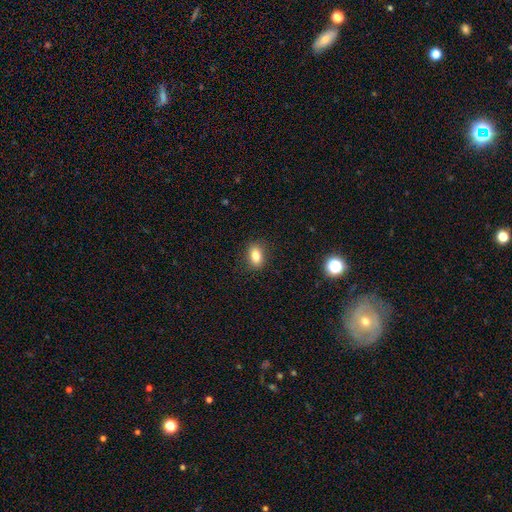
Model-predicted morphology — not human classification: Overall: smooth (82%). How rounded: in between (81%). Merging: none (87%).